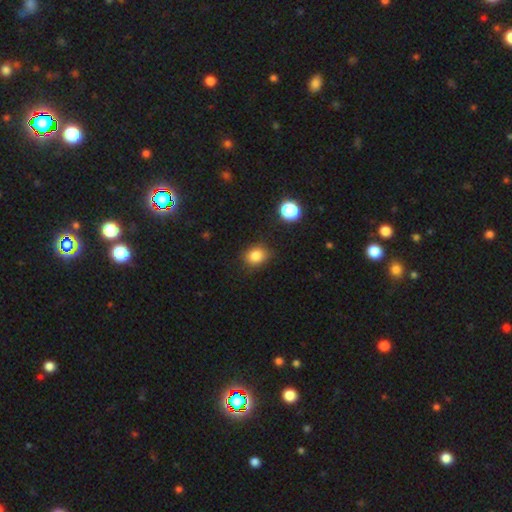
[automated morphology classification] A smooth galaxy with no disk features (84%) that is round (57%).

Vote fractions:
- Smooth or featured? smooth: 84% / star or artifact: 11% / featured or disk: 5%
- How rounded? round: 57% / in between: 43% / cigar-shaped: 1%
- Merging? none: 84% / minor disturbance: 11% / major disturbance: 3% / merger: 2%